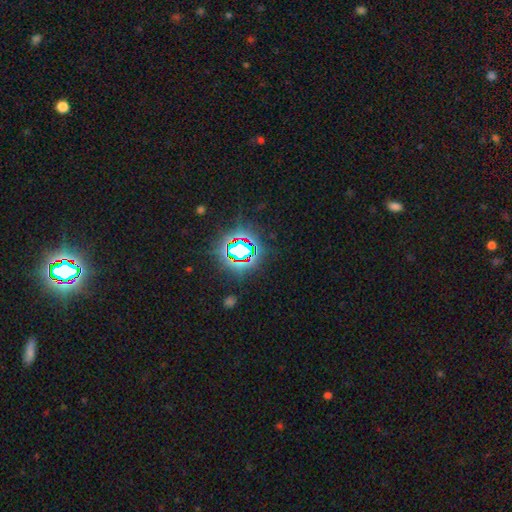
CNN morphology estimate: The model was most divided on "smooth or featured": star or artifact: 81%, smooth: 12%, featured or disk: 7%.